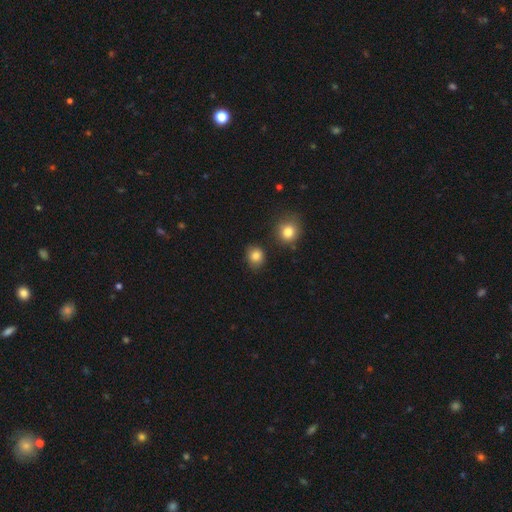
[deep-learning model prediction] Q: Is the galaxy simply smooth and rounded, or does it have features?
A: smooth — 84%.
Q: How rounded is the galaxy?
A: round — 76%.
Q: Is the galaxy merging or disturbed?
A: none — 82%.